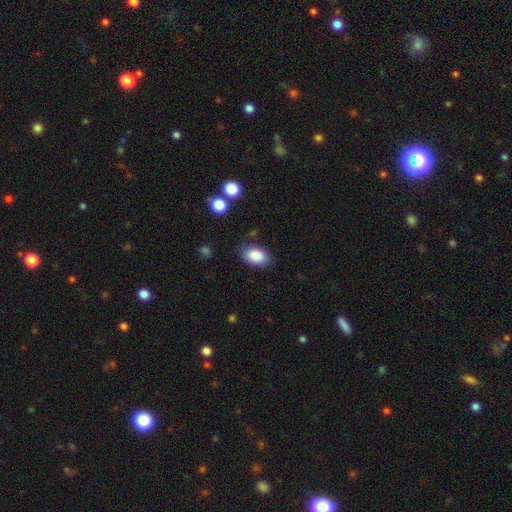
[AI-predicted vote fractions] The model was most divided on "merging": none: 80%, minor disturbance: 15%, major disturbance: 4%, merger: 2%. More confident: how rounded — in between (89%); smooth or featured — smooth (87%).